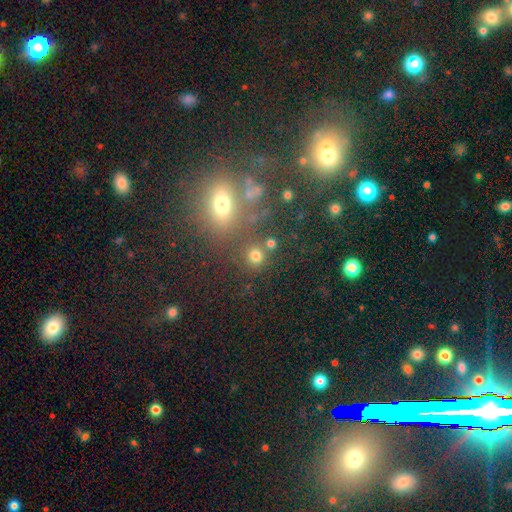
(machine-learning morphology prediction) Smooth or featured?
  - smooth: 74% *
  - star or artifact: 18%
  - featured or disk: 8%
How rounded?
  - round: 87% *
  - in between: 11%
  - cigar-shaped: 1%
Merging?
  - none: 74% *
  - merger: 13%
  - minor disturbance: 8%
  - major disturbance: 5%